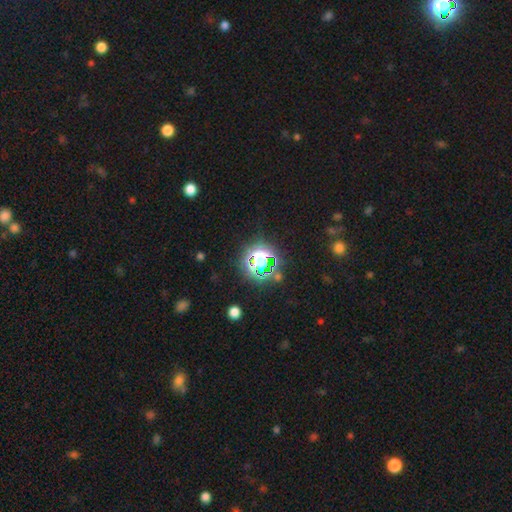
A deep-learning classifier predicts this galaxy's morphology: A star or artifact, not a galaxy (69%).